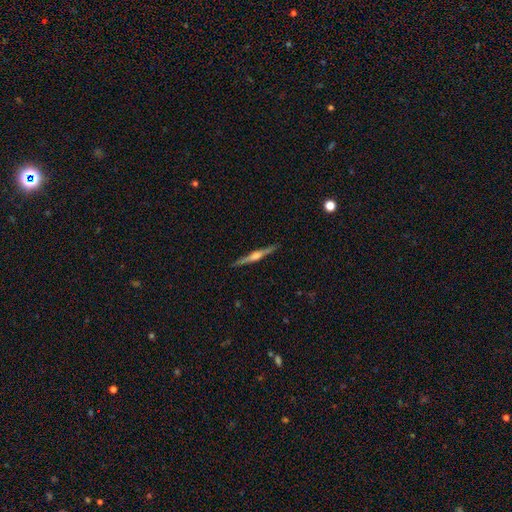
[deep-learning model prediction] Morphology: type=featured or disk (74%); edge-on=yes (98%); edge-on bulge=rounded (79%); merging=none (90%).